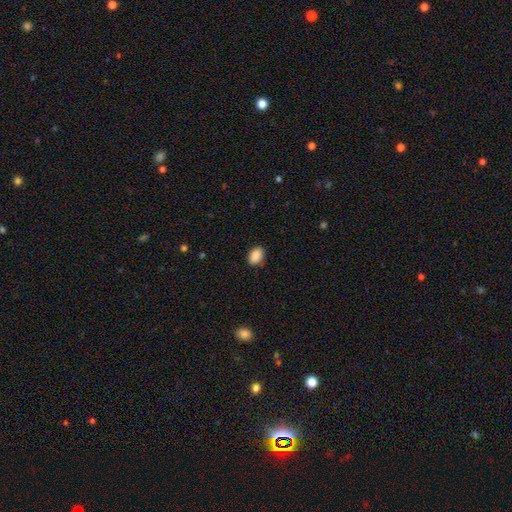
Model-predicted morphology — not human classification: smooth_or_featured: smooth (p=0.89) [alt: star or artifact p=0.08]
how_rounded: in between (p=0.80) [alt: round p=0.18]
merging: none (p=0.87) [alt: minor disturbance p=0.10]